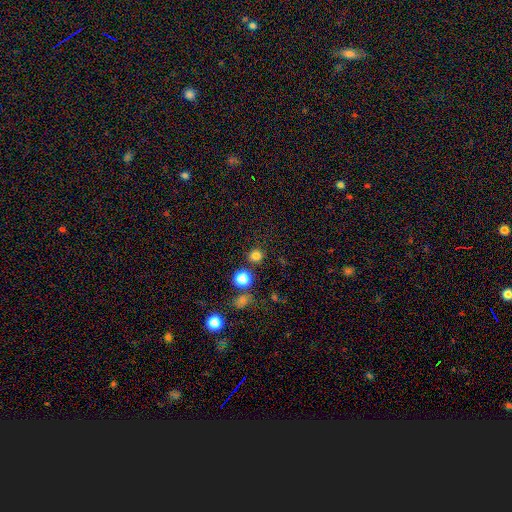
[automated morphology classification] smooth-or-featured: smooth: 79% | star or artifact: 16% | featured or disk: 5%
  how-rounded: round: 90% | in between: 9% | cigar-shaped: 1%
  merging: none: 83% | merger: 7% | minor disturbance: 7% | major disturbance: 3%